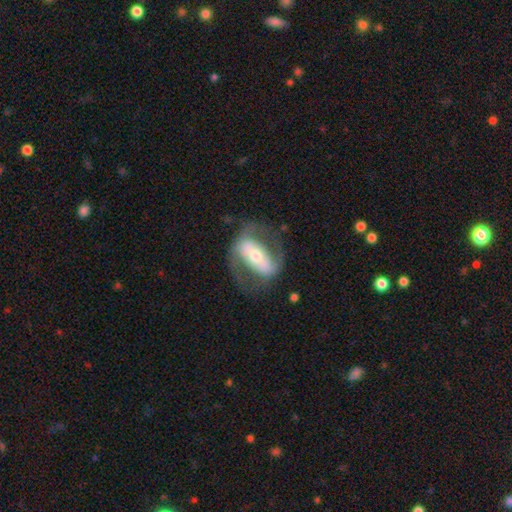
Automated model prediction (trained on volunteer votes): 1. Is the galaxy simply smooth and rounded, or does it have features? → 73% featured or disk, 22% smooth, 5% star or artifact.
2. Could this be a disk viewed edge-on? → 90% no, 10% yes.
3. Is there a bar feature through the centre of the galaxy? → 58% strong, 21% no, 21% weak.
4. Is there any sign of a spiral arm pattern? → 64% yes, 36% no.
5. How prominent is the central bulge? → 53% moderate, 34% small, 9% large, 2% dominant, 1% none.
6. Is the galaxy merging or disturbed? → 63% none, 18% major disturbance, 17% minor disturbance, 2% merger.